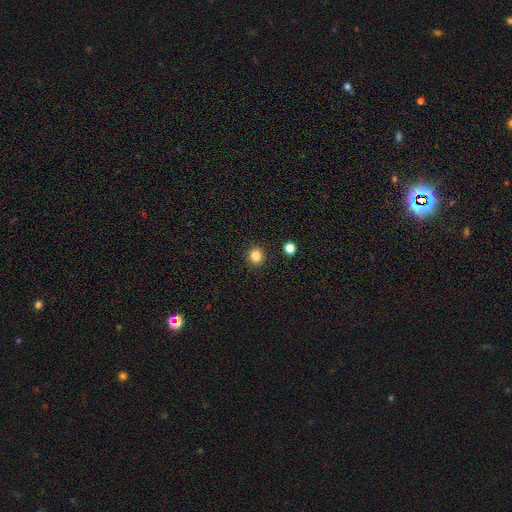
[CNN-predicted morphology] smooth 83%, star or artifact 12%, featured or disk 5%. Down the decision tree: how rounded — round (83%); merging — none (91%).